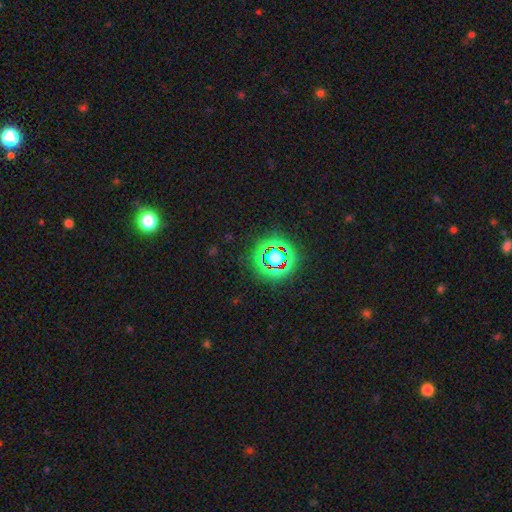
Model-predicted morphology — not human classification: The model was most divided on "smooth or featured": star or artifact: 77%, smooth: 16%, featured or disk: 7%.